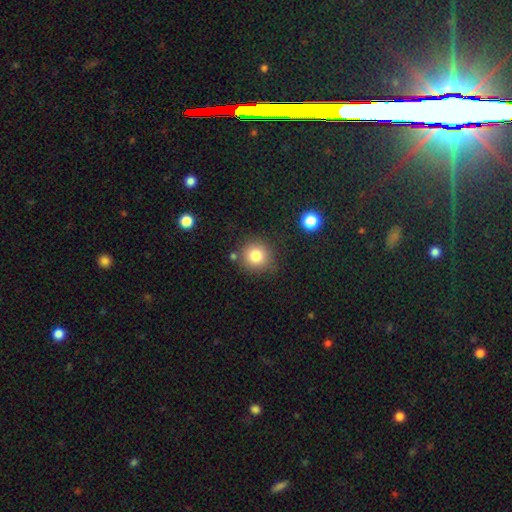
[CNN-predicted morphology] Smooth or featured? smooth (81%)
How rounded? round (90%)
Merging? none (78%)